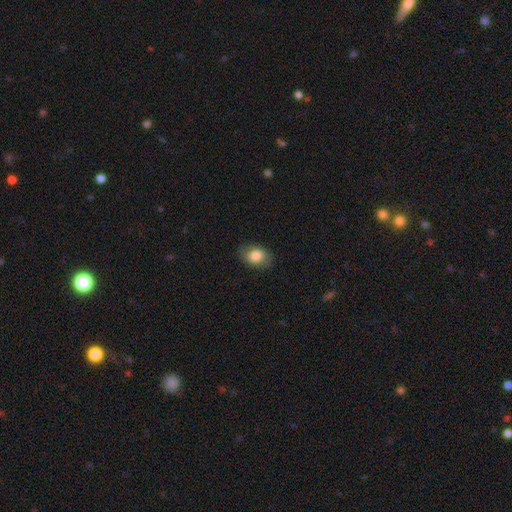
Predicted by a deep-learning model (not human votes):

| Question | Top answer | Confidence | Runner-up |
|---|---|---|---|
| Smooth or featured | smooth | 81% | featured or disk (12%) |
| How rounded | in between | 76% | round (23%) |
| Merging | none | 81% | minor disturbance (14%) |